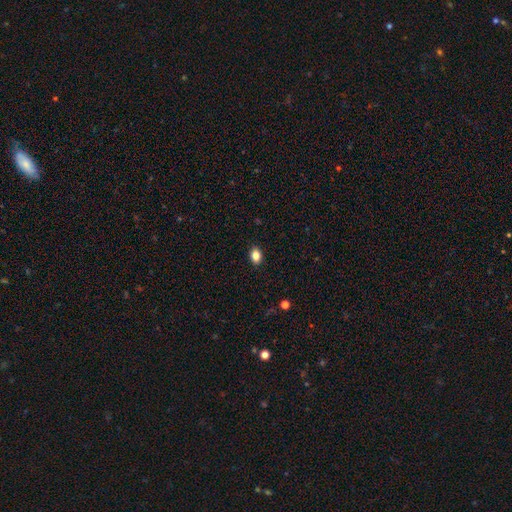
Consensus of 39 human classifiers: A smooth galaxy with no disk features (87%) that is in between round and cigar-shaped (79%). Merging: none (94%).